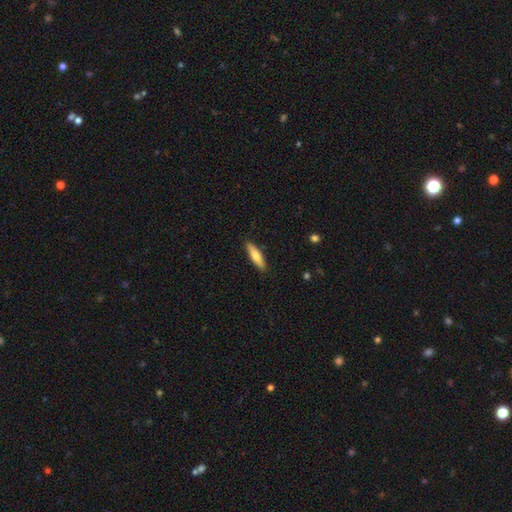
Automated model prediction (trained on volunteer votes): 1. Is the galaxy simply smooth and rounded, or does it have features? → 68% smooth, 26% featured or disk, 6% star or artifact.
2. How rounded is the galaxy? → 70% cigar-shaped, 28% in between, 2% round.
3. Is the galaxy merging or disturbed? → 89% none, 8% minor disturbance, 2% major disturbance, 1% merger.